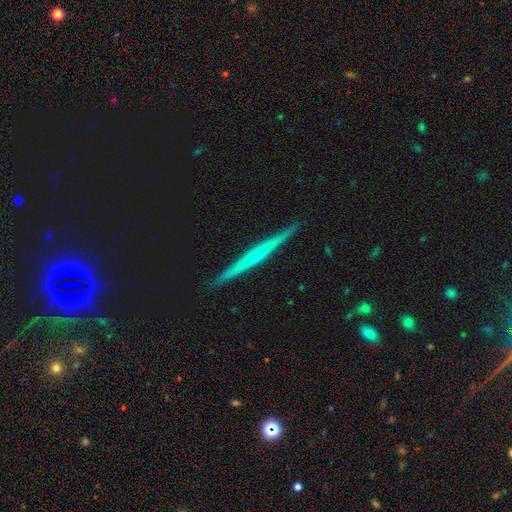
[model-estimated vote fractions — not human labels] Smooth or featured: featured or disk — 67% (smooth — 27%)
Edge-on disk: yes — 98% (no — 2%)
Edge-on bulge: none — 70% (rounded — 24%)
Merging: none — 92% (minor disturbance — 5%)